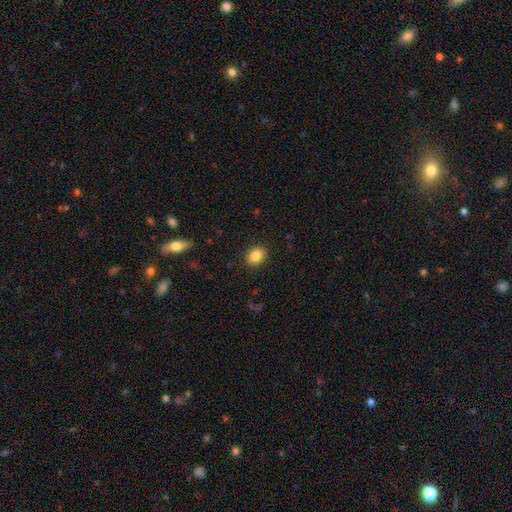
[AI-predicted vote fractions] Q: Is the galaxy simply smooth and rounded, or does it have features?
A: smooth — 86%.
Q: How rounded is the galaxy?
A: in between — 50%.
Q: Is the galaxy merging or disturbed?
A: none — 90%.